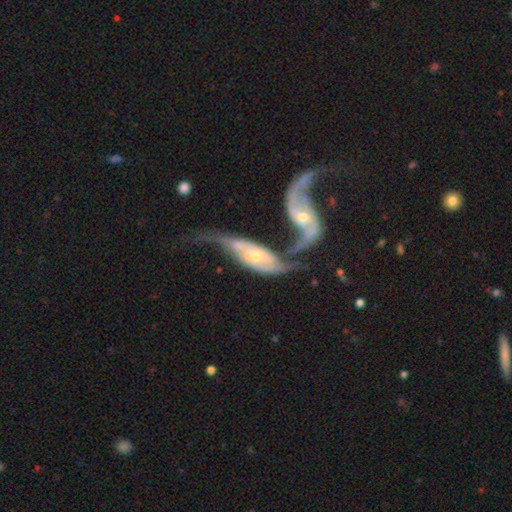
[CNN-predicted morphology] smooth-or-featured: featured or disk: 82% | smooth: 13% | star or artifact: 6%
  disk-edge-on: no: 88% | yes: 12%
    bar: no: 54% | weak: 30% | strong: 16%
    has-spiral-arms: yes: 89% | no: 11%
      spiral-winding: loose: 68% | medium: 22% | tight: 9%
      spiral-arm-count: 2: 84% | can't tell: 8% | 1: 4% | 3: 2% | 4: 1% | more than 4: 1%
    bulge-size: small: 56% | moderate: 38% | none: 3% | large: 3% | dominant: 1%
  merging: merger: 68% | none: 12% | major disturbance: 12% | minor disturbance: 8%